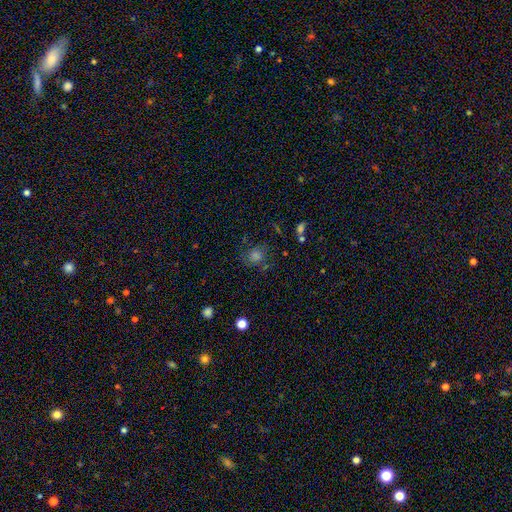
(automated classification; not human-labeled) Smooth or featured?
  - smooth: 52% *
  - star or artifact: 30%
  - featured or disk: 18%
How rounded?
  - round: 77% *
  - in between: 22%
  - cigar-shaped: 1%
Merging?
  - none: 74% *
  - minor disturbance: 15%
  - major disturbance: 8%
  - merger: 4%